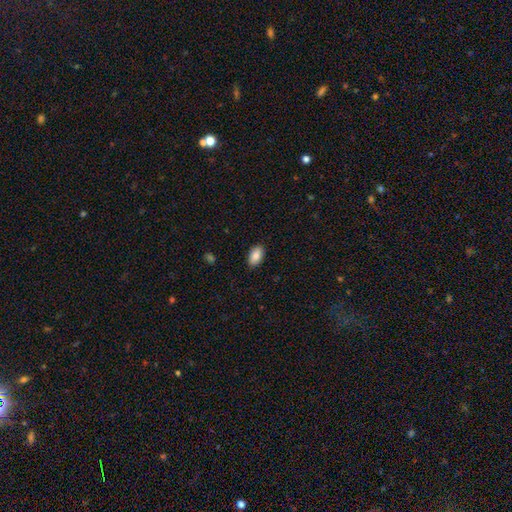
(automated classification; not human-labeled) This is clearly a smooth galaxy (88%). How rounded: clearly in between (94%). Merging: clearly none (89%).